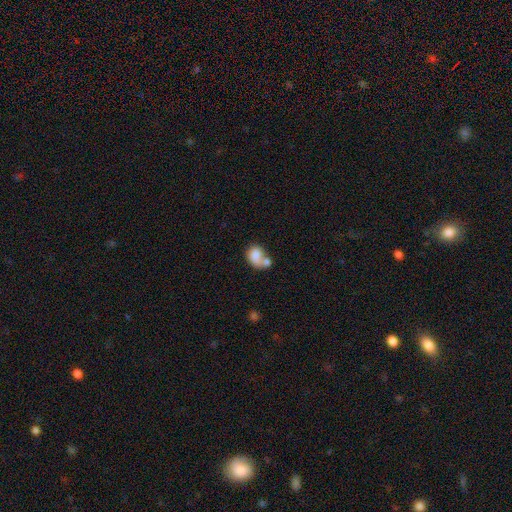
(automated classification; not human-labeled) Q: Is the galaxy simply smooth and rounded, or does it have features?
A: smooth — 77%.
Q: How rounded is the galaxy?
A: in between — 59%.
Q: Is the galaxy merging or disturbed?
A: merger — 54%.